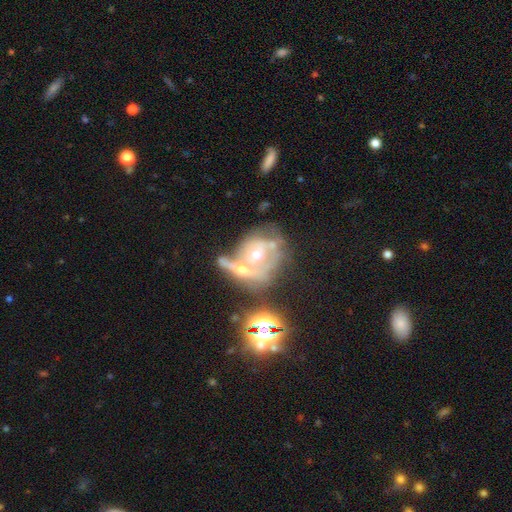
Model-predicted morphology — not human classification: Overall: featured or disk (57%; smooth 25%). Edge-on disk: no (91%). Bar: no (78%). Spiral arms: no (60%; yes 40%). Bulge size: moderate (62%; small 29%). Merging: merger (54%; none 24%).